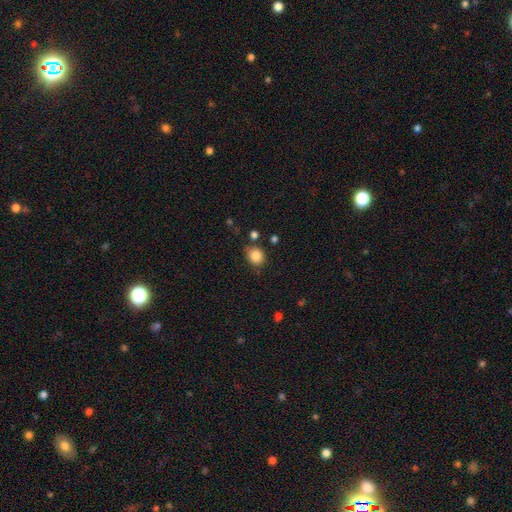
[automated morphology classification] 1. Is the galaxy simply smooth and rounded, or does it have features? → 86% smooth, 10% star or artifact, 4% featured or disk.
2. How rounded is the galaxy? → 73% round, 26% in between, 1% cigar-shaped.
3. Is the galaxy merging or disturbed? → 75% none, 15% minor disturbance, 6% merger, 4% major disturbance.